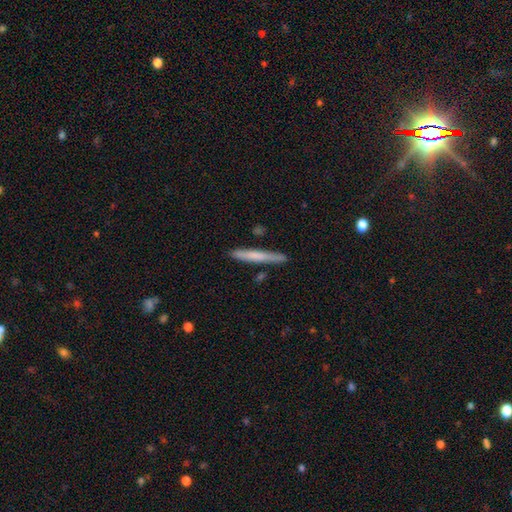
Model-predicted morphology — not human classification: This is likely a smooth galaxy (62%). How rounded: clearly cigar-shaped (96%). Merging: clearly none (86%).